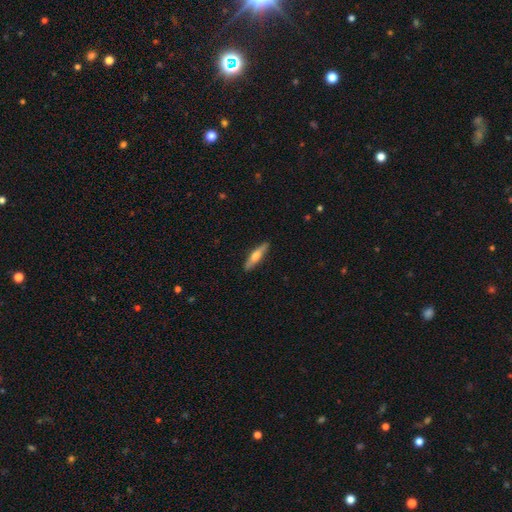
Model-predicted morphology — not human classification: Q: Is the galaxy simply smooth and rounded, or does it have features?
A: smooth — 55%.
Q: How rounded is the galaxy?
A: cigar-shaped — 79%.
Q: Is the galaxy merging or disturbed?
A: none — 90%.